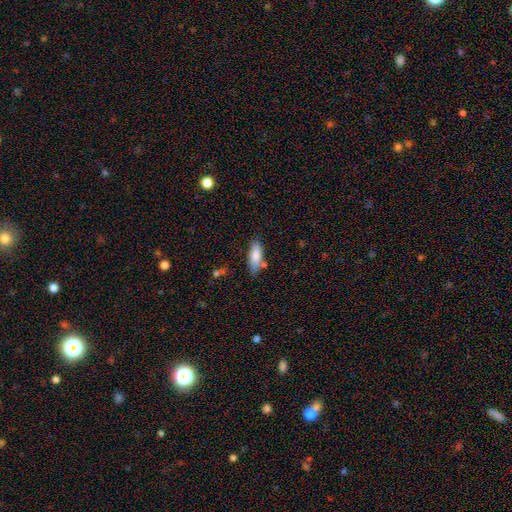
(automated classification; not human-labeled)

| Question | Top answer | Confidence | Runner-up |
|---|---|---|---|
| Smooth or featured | smooth | 82% | featured or disk (12%) |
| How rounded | in between | 73% | cigar-shaped (25%) |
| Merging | none | 67% | minor disturbance (20%) |